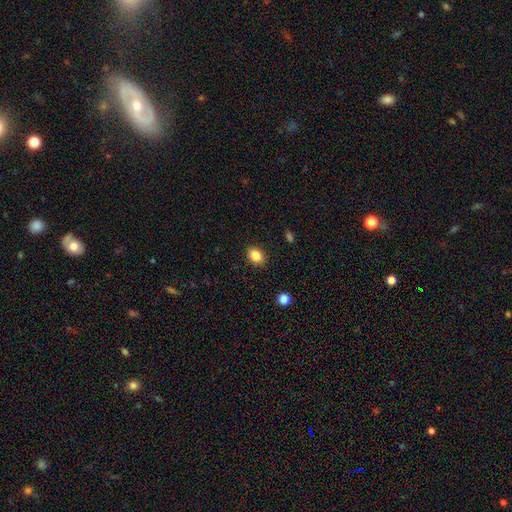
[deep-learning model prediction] The model was most divided on "how rounded": in between: 77%, round: 21%, cigar-shaped: 1%. More confident: merging — none (88%); smooth or featured — smooth (86%).